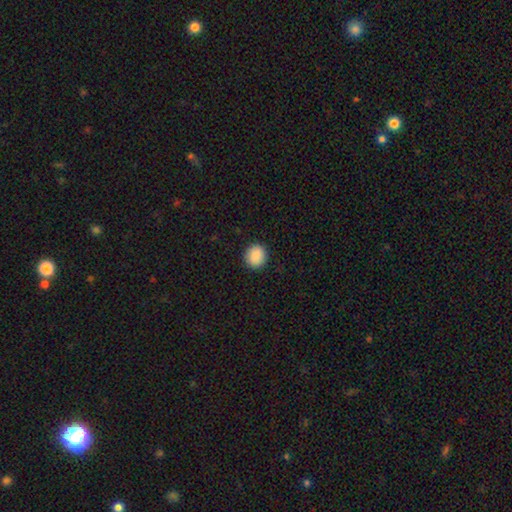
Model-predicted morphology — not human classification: Smooth or featured? Predicted: smooth (p=0.90). How rounded? Predicted: round (p=0.88). Merging? Predicted: none (p=0.92).